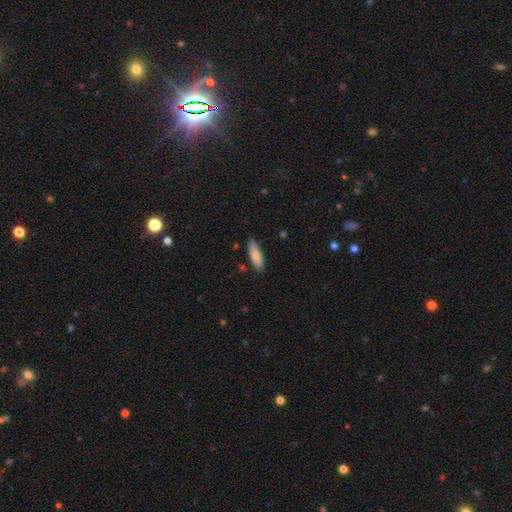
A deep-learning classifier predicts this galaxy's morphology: Smooth or featured? smooth (79%)
How rounded? in between (56%)
Merging? none (85%)